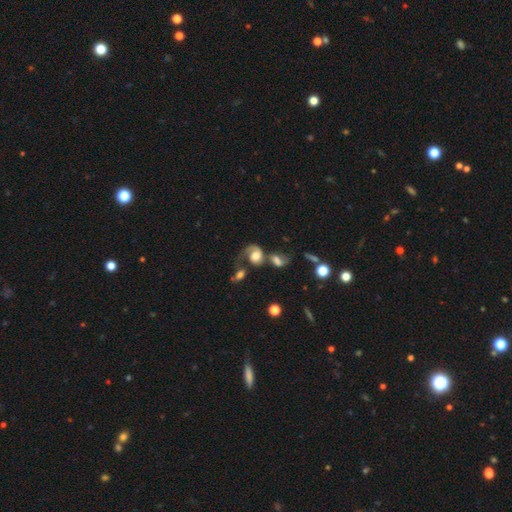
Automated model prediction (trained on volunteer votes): smooth-or-featured: featured or disk: 54% | smooth: 36% | star or artifact: 10%
  disk-edge-on: no: 97% | yes: 3%
    bar: no: 75% | weak: 20% | strong: 5%
    has-spiral-arms: yes: 79% | no: 21%
    bulge-size: large: 39% | moderate: 37% | small: 10% | dominant: 7% | none: 7%
  merging: merger: 46% | major disturbance: 26% | none: 19% | minor disturbance: 10%